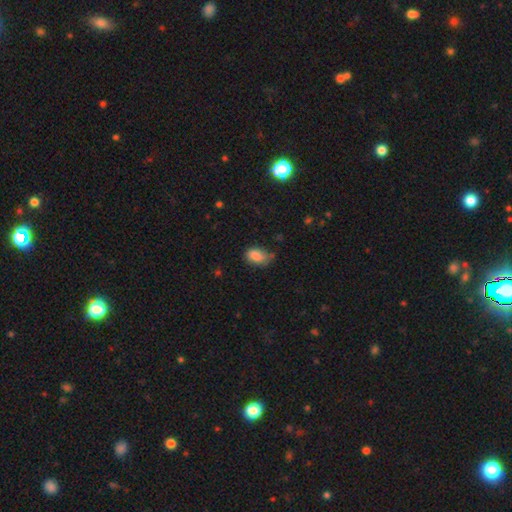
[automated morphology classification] type=smooth (85%); roundness=in between (86%); merging=none (59%).